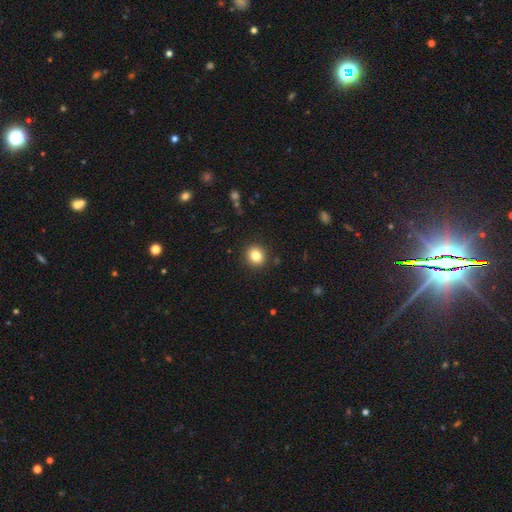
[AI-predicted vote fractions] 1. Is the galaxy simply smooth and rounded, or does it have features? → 82% smooth, 11% star or artifact, 7% featured or disk.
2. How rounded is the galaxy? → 85% round, 14% in between, 1% cigar-shaped.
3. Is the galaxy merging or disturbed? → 91% none, 6% minor disturbance, 2% major disturbance, 1% merger.